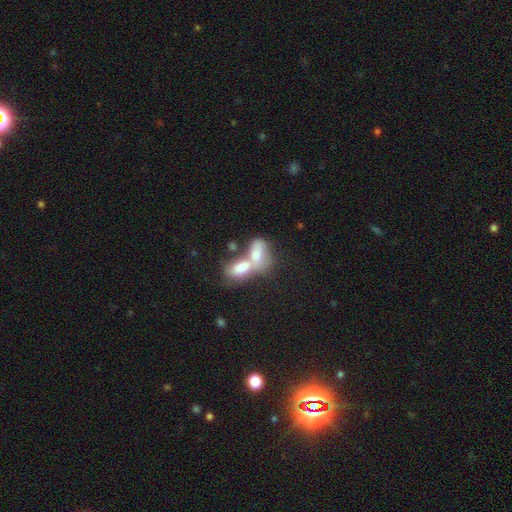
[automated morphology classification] This appears to be a smooth galaxy with no disk features (67%) that is in between round and cigar-shaped (84%). Merging: merger (77%).